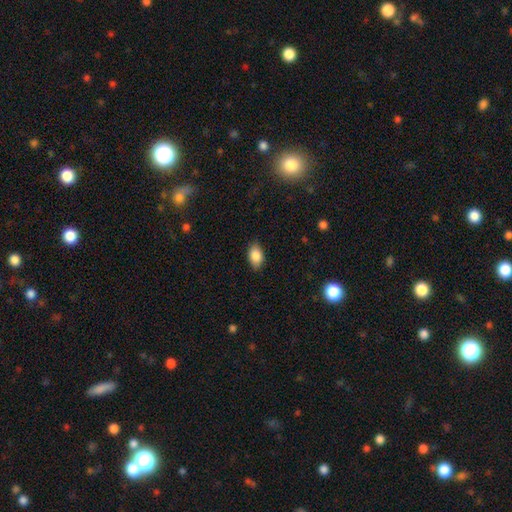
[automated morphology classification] smooth_or_featured: smooth (p=0.86) [alt: star or artifact p=0.08]
how_rounded: in between (p=0.90) [alt: round p=0.09]
merging: none (p=0.85) [alt: minor disturbance p=0.12]